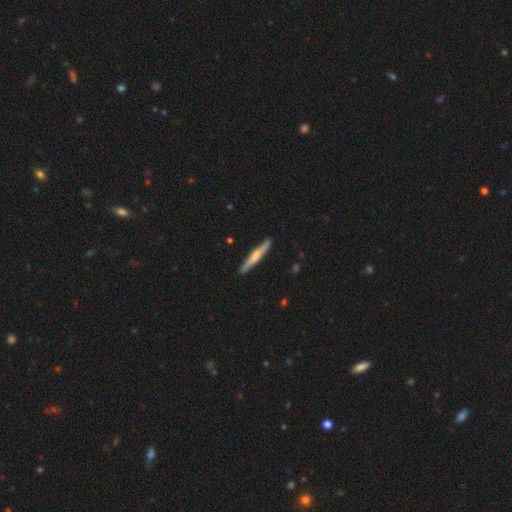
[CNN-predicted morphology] smooth-or-featured: smooth: 48% | featured or disk: 47% | star or artifact: 5%
  merging: none: 89% | minor disturbance: 8% | major disturbance: 1% | merger: 1%